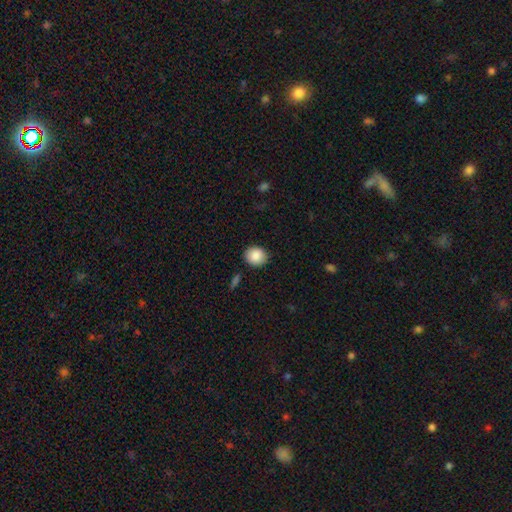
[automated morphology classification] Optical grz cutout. It shows a smooth galaxy with no disk features (88%) that is round (68%). Merging: none (88%).